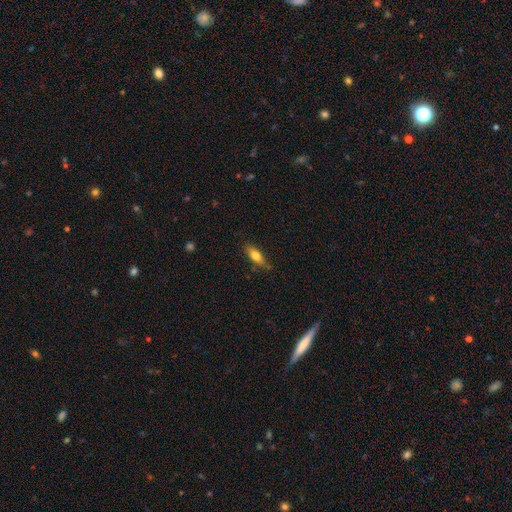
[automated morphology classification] The model was most divided on "how rounded": in between: 65%, cigar-shaped: 32%, round: 3%. More confident: merging — none (75%); smooth or featured — smooth (73%).